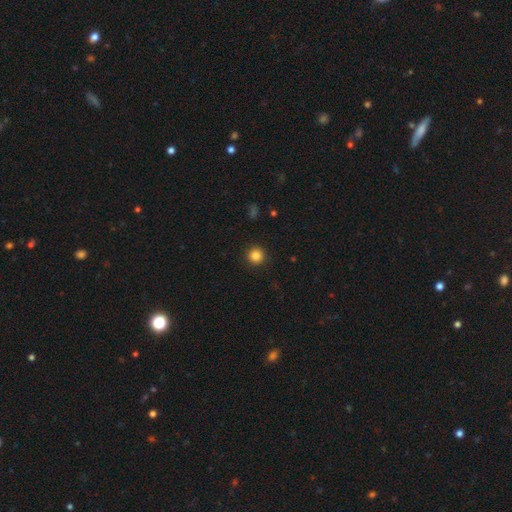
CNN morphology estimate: A smooth galaxy with no disk features (85%) that is round (95%).

Vote fractions:
- Smooth or featured? smooth: 85% / star or artifact: 11% / featured or disk: 4%
- How rounded? round: 95% / in between: 4% / cigar-shaped: 1%
- Merging? none: 92% / minor disturbance: 5% / major disturbance: 2% / merger: 1%